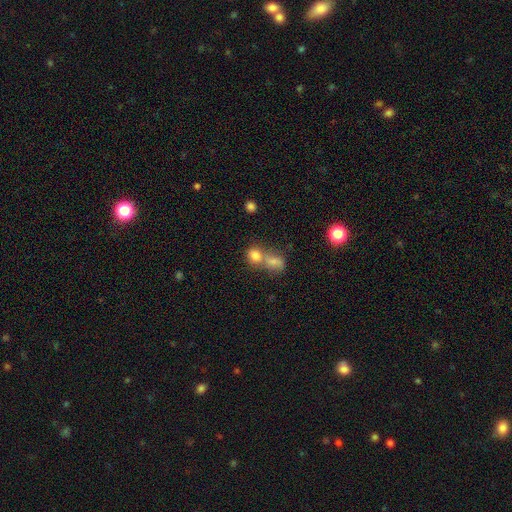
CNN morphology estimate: smooth-or-featured: smooth: 79% | star or artifact: 11% | featured or disk: 10%
  how-rounded: round: 63% | in between: 35% | cigar-shaped: 2%
  merging: merger: 57% | none: 32% | minor disturbance: 7% | major disturbance: 4%